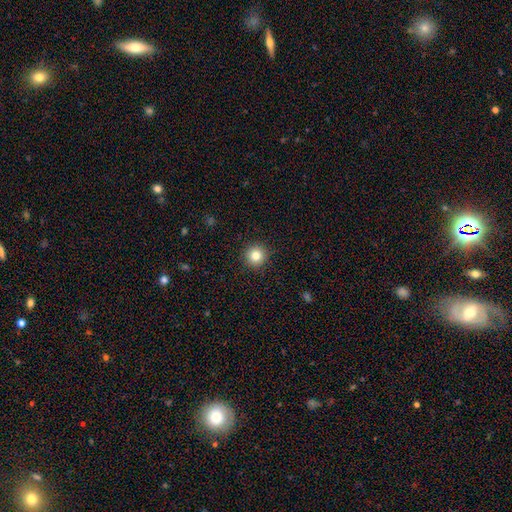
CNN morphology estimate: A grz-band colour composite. It shows a smooth galaxy with no disk features (82%) that is round (95%). Merging: none (92%).